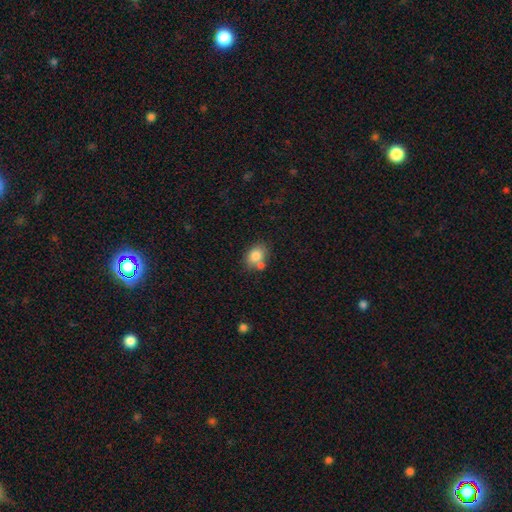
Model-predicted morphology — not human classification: The model was most divided on "how rounded": in between: 67%, round: 32%, cigar-shaped: 1%. More confident: smooth or featured — smooth (82%); merging — none (61%).